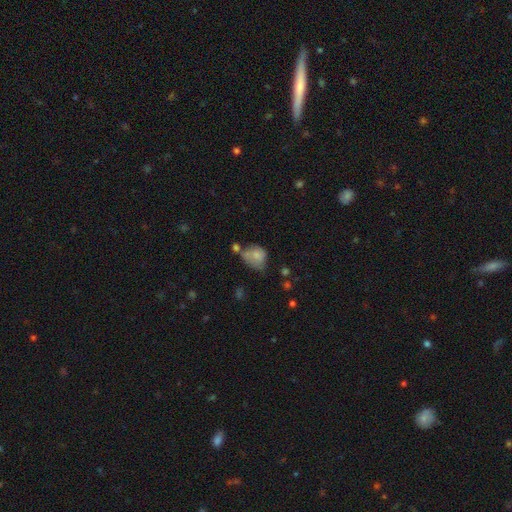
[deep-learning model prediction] This appears to be a smooth galaxy with no disk features (71%) that is round (52%). Merging: none (32%).